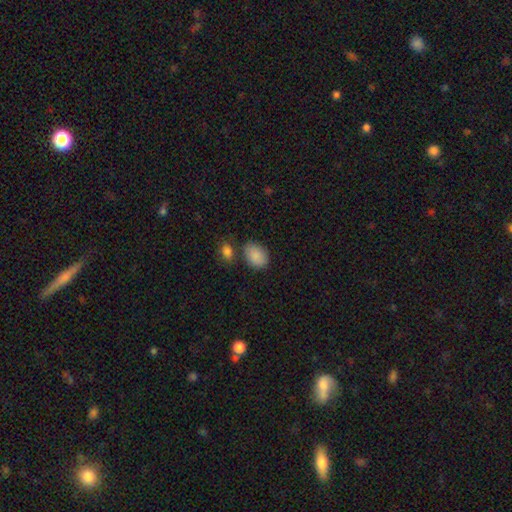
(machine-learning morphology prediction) Smooth or featured? Predicted: smooth (p=0.88). How rounded? Predicted: in between (p=0.80). Merging? Predicted: none (p=0.67).